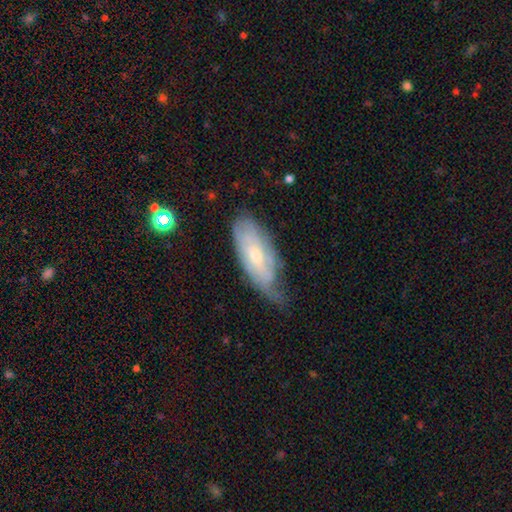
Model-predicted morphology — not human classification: Overall: featured or disk (57%; smooth 36%). Edge-on disk: no (85%). Merging: none (41%; minor disturbance 40%).